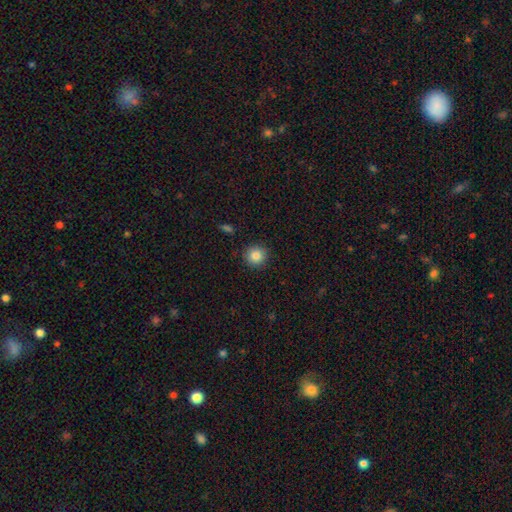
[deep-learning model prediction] This is clearly a smooth galaxy (85%). How rounded: clearly round (94%). Merging: clearly none (91%).